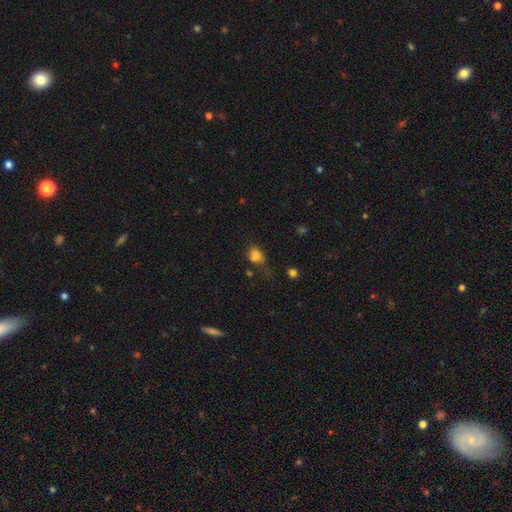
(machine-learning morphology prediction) Q: Smooth or featured?
A: smooth (80%); runner-up: star or artifact (12%)
Q: How rounded?
A: in between (56%); runner-up: round (42%)
Q: Merging?
A: none (48%); runner-up: minor disturbance (31%)